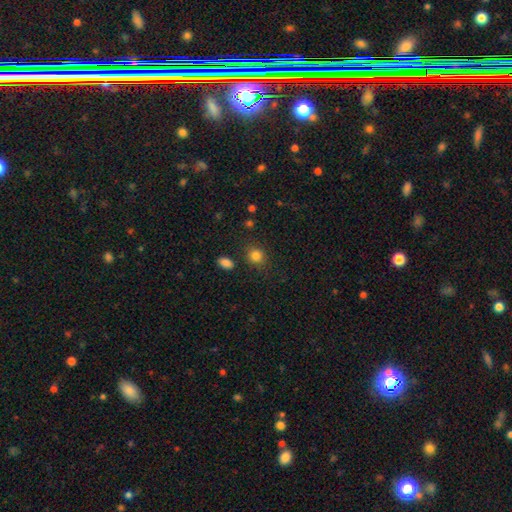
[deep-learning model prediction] Q: Smooth or featured?
A: smooth (83%); runner-up: star or artifact (12%)
Q: How rounded?
A: round (77%); runner-up: in between (22%)
Q: Merging?
A: none (80%); runner-up: minor disturbance (12%)